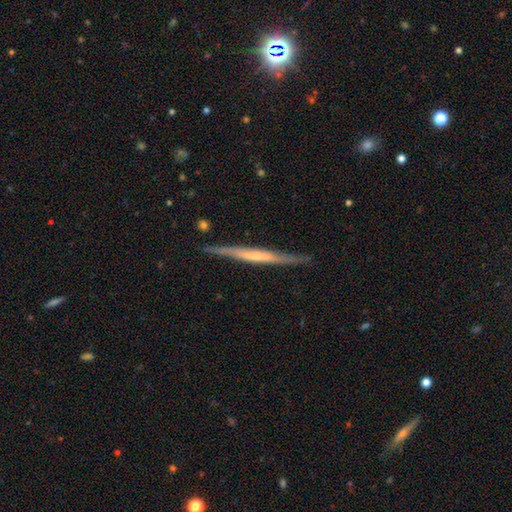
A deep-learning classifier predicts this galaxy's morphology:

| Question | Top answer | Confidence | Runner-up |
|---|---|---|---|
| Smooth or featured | featured or disk | 64% | smooth (30%) |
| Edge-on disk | yes | 96% | no (4%) |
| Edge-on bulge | none | 67% | rounded (19%) |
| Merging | none | 84% | minor disturbance (12%) |